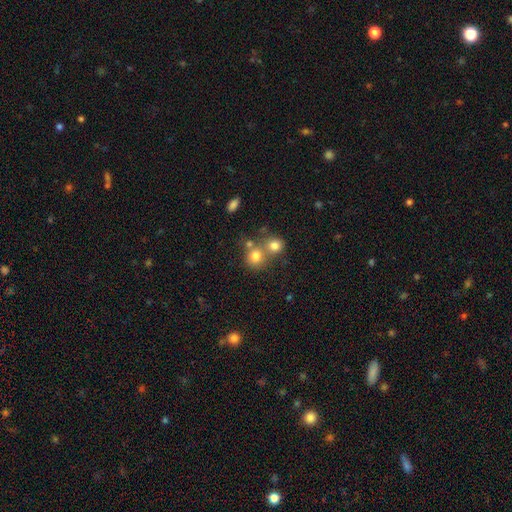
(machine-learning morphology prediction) A smooth galaxy with no disk features (76%) that is round (82%). Merging: none (47%).